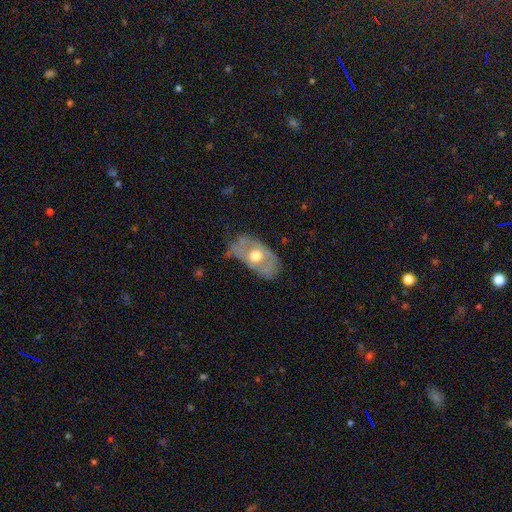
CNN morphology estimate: A featured or disk galaxy (56%).

Vote fractions:
- Smooth or featured? featured or disk: 56% / smooth: 37% / star or artifact: 6%
- Edge-on disk? no: 89% / yes: 11%
- Merging? none: 50% / minor disturbance: 32% / major disturbance: 16% / merger: 2%